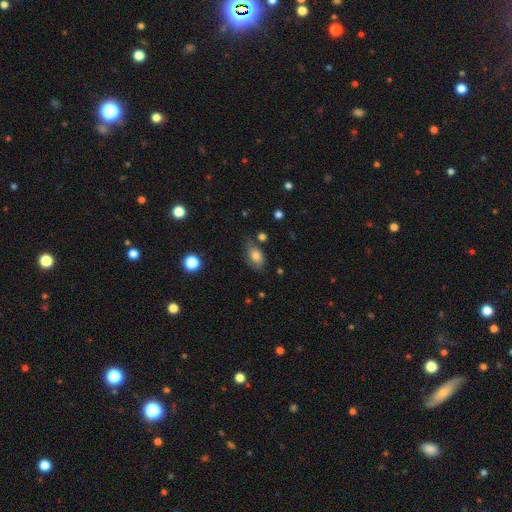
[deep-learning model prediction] This appears to be a smooth galaxy with no disk features (75%) that is in between round and cigar-shaped (86%). Merging: none (56%).